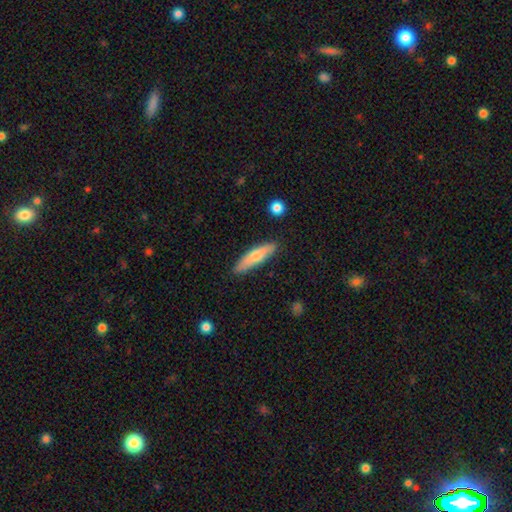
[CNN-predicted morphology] type=smooth (64%); roundness=cigar-shaped (80%); merging=none (88%).